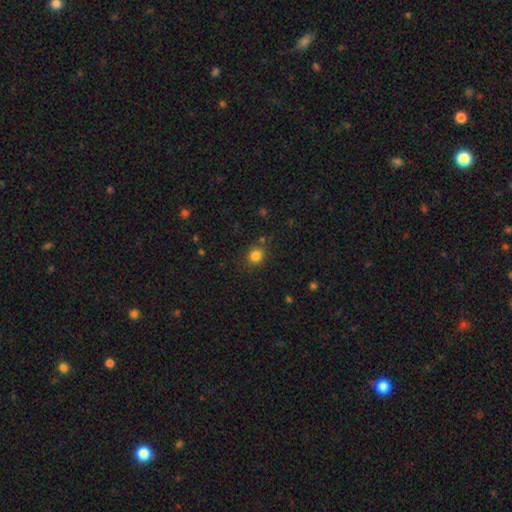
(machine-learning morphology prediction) The model was most divided on "how rounded": round: 81%, in between: 18%, cigar-shaped: 1%. More confident: merging — none (83%); smooth or featured — smooth (83%).